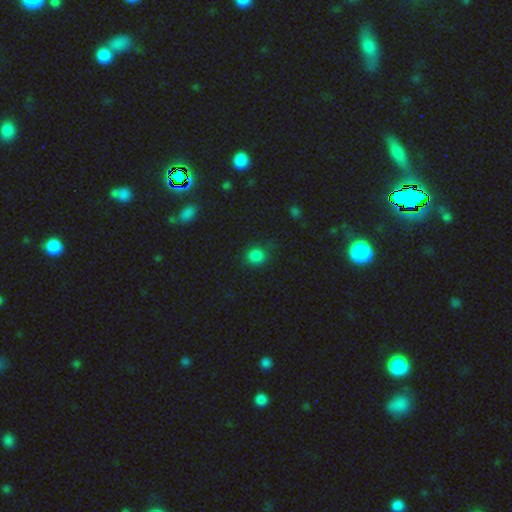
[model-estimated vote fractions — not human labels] smooth_or_featured: smooth (p=0.82) [alt: star or artifact p=0.14]
how_rounded: round (p=0.77) [alt: in between p=0.22]
merging: none (p=0.79) [alt: minor disturbance p=0.14]